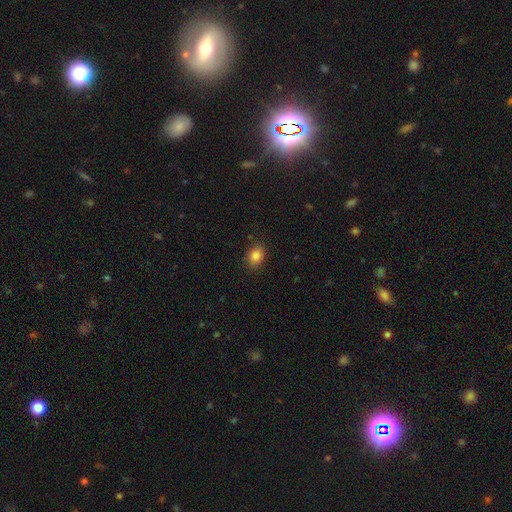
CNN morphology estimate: This is clearly a smooth galaxy (85%). How rounded: likely in between (63%). Merging: clearly none (85%).